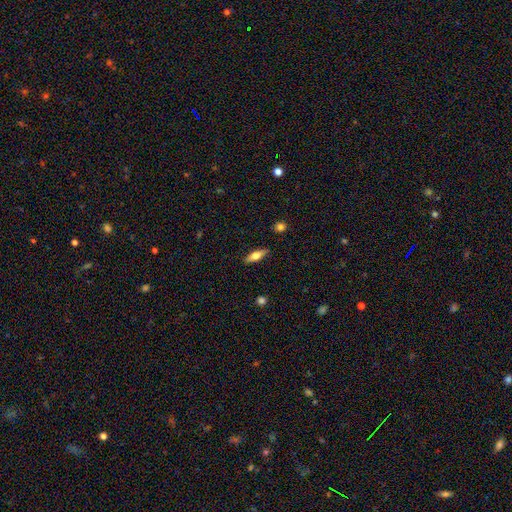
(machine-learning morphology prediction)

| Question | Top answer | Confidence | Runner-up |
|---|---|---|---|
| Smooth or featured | smooth | 48% | featured or disk (46%) |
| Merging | none | 89% | minor disturbance (8%) |